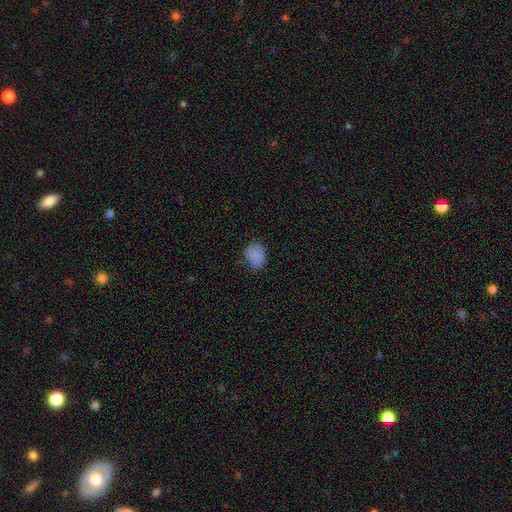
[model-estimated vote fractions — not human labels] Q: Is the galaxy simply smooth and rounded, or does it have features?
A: smooth — 80%.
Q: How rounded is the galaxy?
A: in between — 50%.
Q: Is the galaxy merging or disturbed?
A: none — 61%.